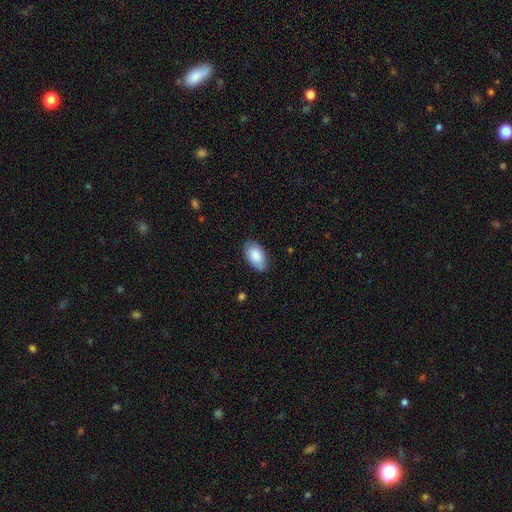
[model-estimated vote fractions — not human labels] Overall: smooth (84%). How rounded: in between (95%). Merging: none (80%).